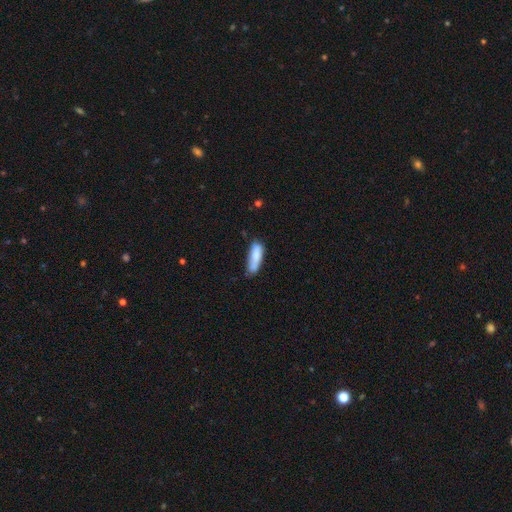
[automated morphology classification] This is clearly a smooth galaxy (80%). How rounded: possibly cigar-shaped (51%). Merging: possibly none (54%).